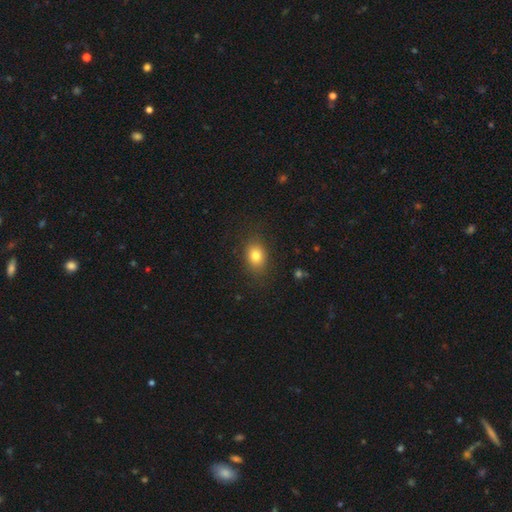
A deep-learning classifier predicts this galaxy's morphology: A smooth galaxy with no disk features (81%) that is in between round and cigar-shaped (64%). Merging: none (84%).